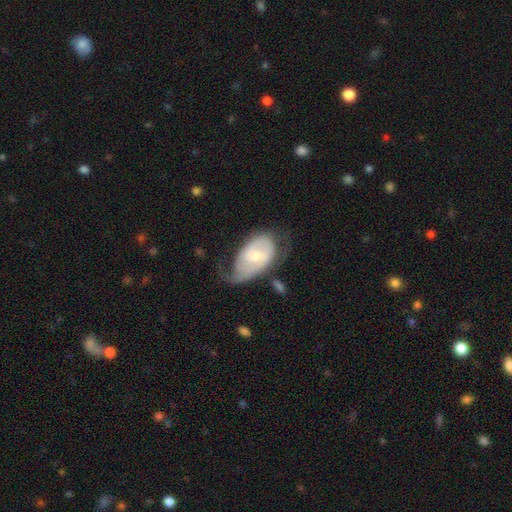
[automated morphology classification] smooth-or-featured: featured or disk: 66% | smooth: 29% | star or artifact: 6%
  disk-edge-on: no: 95% | yes: 5%
    bar: no: 50% | weak: 41% | strong: 9%
    has-spiral-arms: yes: 82% | no: 18%
      spiral-winding: medium: 39% | tight: 34% | loose: 27%
      spiral-arm-count: 2: 55% | 1: 21% | can't tell: 20% | 3: 2% | 4: 1% | more than 4: 1%
    bulge-size: small: 46% | moderate: 45% | large: 4% | none: 3% | dominant: 1%
  merging: none: 40% | minor disturbance: 29% | major disturbance: 28% | merger: 3%